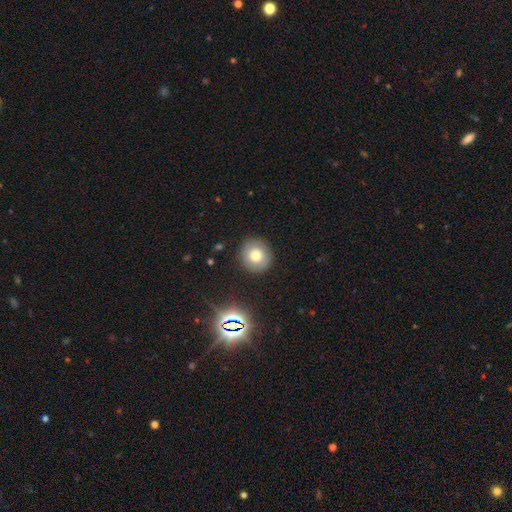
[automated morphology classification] type=smooth (67%); roundness=round (89%); merging=none (88%).